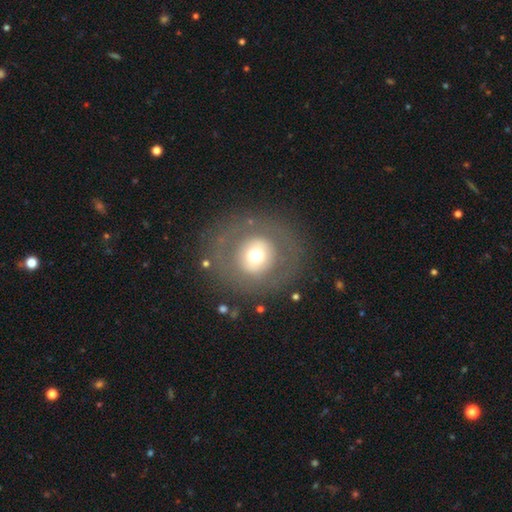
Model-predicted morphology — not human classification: smooth 53%, featured or disk 36%, star or artifact 11%. Down the decision tree: how rounded — round (91%); merging — none (82%).